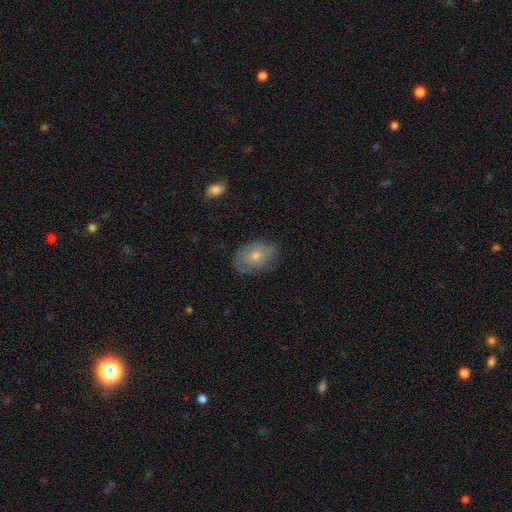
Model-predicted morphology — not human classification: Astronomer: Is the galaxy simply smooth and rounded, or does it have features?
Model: smooth — 50% (runner-up: featured or disk, 39%).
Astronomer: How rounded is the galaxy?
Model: in between — 80%.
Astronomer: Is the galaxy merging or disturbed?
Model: none — 75%.